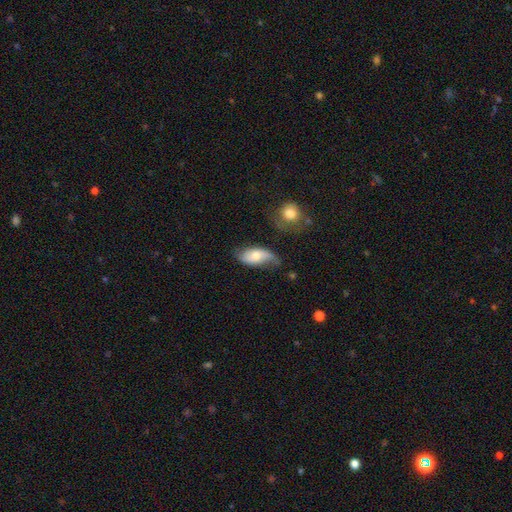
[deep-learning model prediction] smooth 54%, featured or disk 39%, star or artifact 7%. Down the decision tree: how rounded — in between (90%); merging — none (42%).